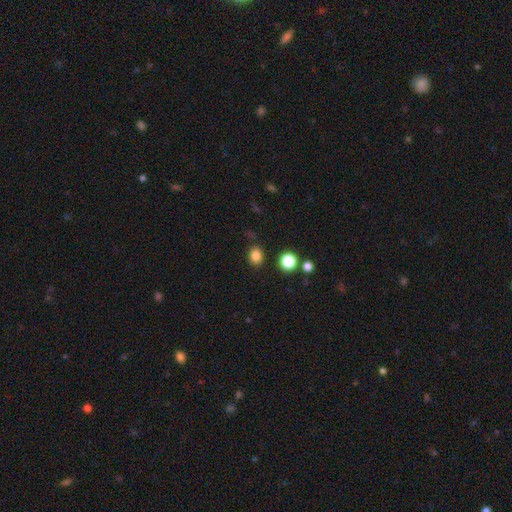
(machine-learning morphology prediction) Q: Smooth or featured?
A: smooth (83%); runner-up: star or artifact (12%)
Q: How rounded?
A: round (54%); runner-up: in between (45%)
Q: Merging?
A: none (85%); runner-up: minor disturbance (9%)